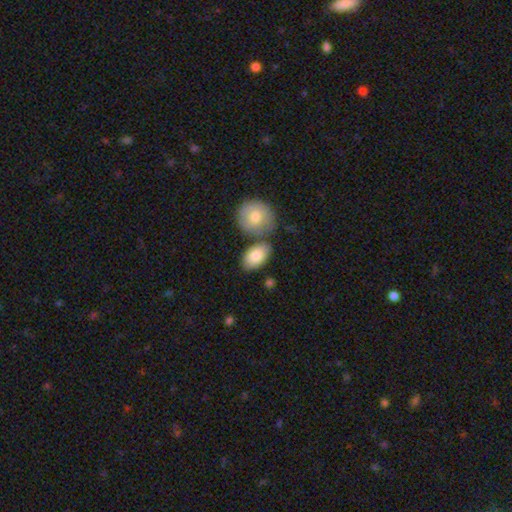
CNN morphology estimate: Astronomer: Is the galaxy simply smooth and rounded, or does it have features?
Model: smooth — 83%.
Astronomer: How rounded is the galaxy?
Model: in between — 88%.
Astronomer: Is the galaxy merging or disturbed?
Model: none — 62%.